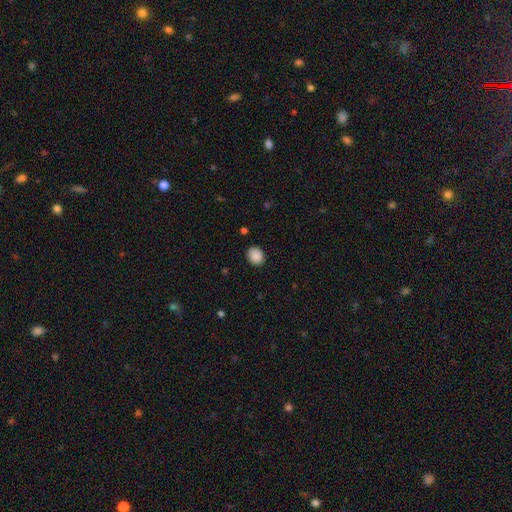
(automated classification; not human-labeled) Overall: smooth (89%). How rounded: round (60%; in between 39%). Merging: none (88%).